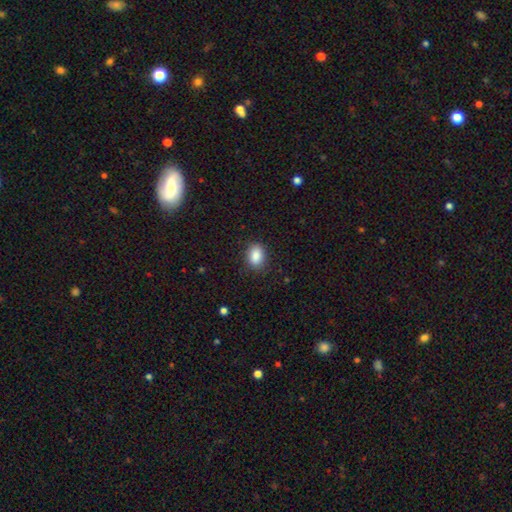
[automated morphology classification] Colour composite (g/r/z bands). It shows a smooth galaxy with no disk features (88%) that is in between round and cigar-shaped (78%). Merging: none (85%).